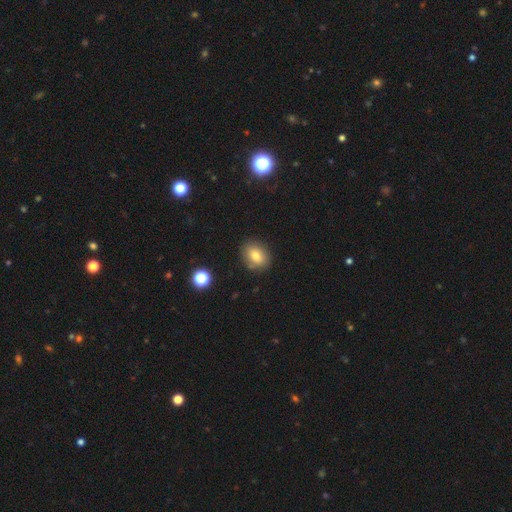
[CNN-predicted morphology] smooth 78%, featured or disk 12%, star or artifact 10%. Down the decision tree: how rounded — in between (63%); merging — none (83%).